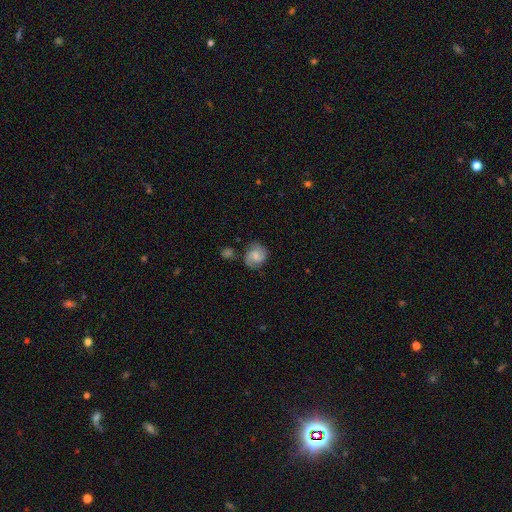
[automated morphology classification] Smooth or featured? featured or disk (66%)
Edge-on disk? no (98%)
Bar? no (46%)
Spiral arms? yes (94%)
Spiral winding? medium (50%)
Spiral arm count? 2 (84%)
Bulge size? small (43%)
Merging? none (73%)